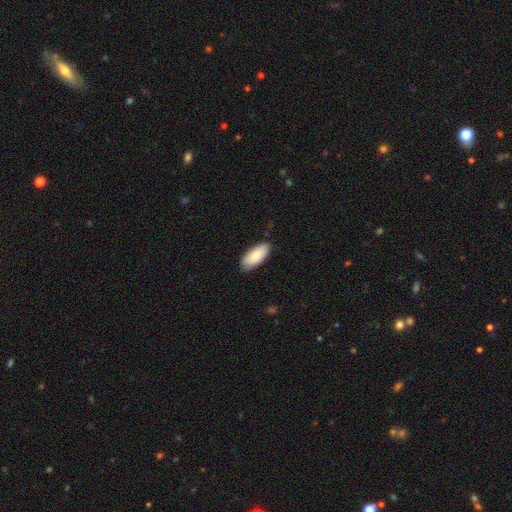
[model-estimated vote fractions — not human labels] Morphology: type=smooth (85%); roundness=in between (89%); merging=none (83%).